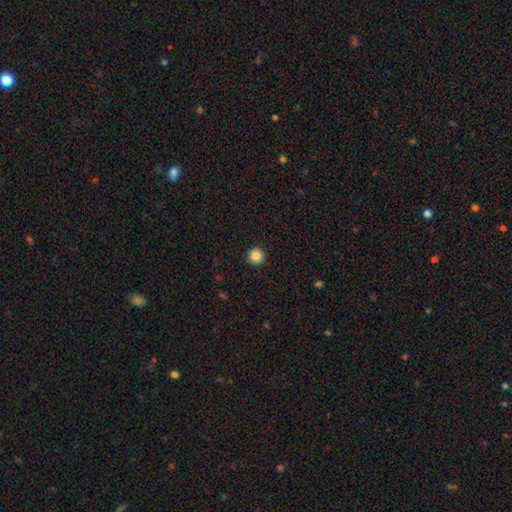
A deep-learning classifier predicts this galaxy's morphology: A smooth galaxy with no disk features (86%) that is round (96%).

Vote fractions:
- Smooth or featured? smooth: 86% / star or artifact: 10% / featured or disk: 4%
- How rounded? round: 96% / in between: 3% / cigar-shaped: 1%
- Merging? none: 93% / minor disturbance: 4% / major disturbance: 2% / merger: 1%